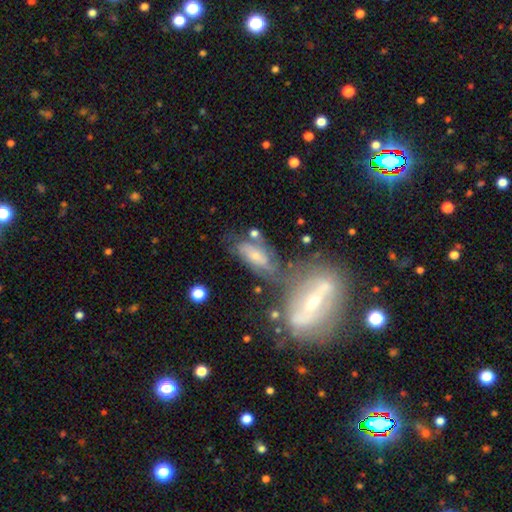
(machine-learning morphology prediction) featured or disk 61%, smooth 30%, star or artifact 10%. Down the decision tree: edge-on disk — no (77%); merging — none (42%).